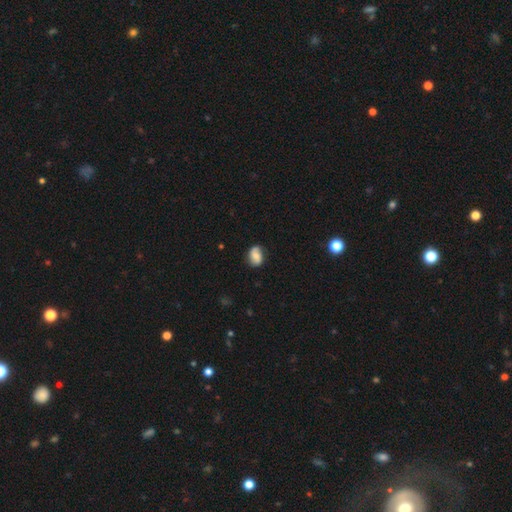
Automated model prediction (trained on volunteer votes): Morphology: type=smooth (51%); roundness=in between (69%); merging=none (69%).